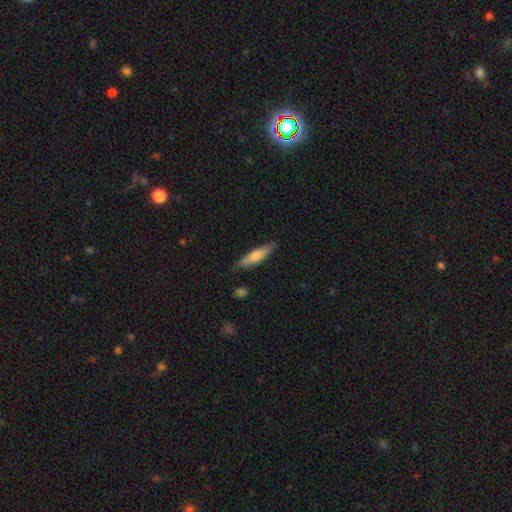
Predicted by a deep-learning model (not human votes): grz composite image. It shows a smooth galaxy with no disk features (66%) that is cigar-shaped (74%). Merging: none (80%).